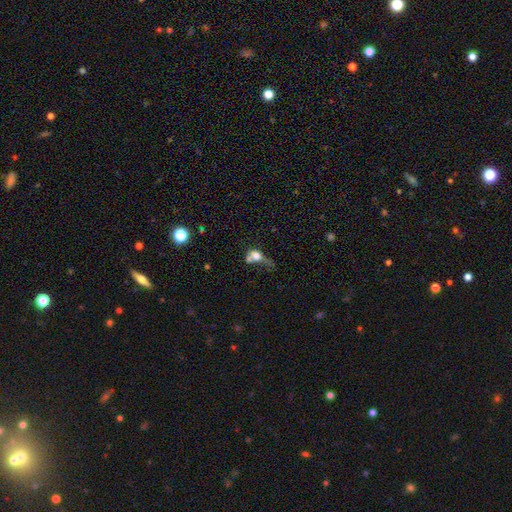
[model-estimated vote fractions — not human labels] Smooth or featured?
  - smooth: 64% *
  - featured or disk: 23%
  - star or artifact: 13%
How rounded?
  - in between: 53% *
  - round: 41%
  - cigar-shaped: 6%
Merging?
  - merger: 38% *
  - major disturbance: 30%
  - none: 18%
  - minor disturbance: 14%